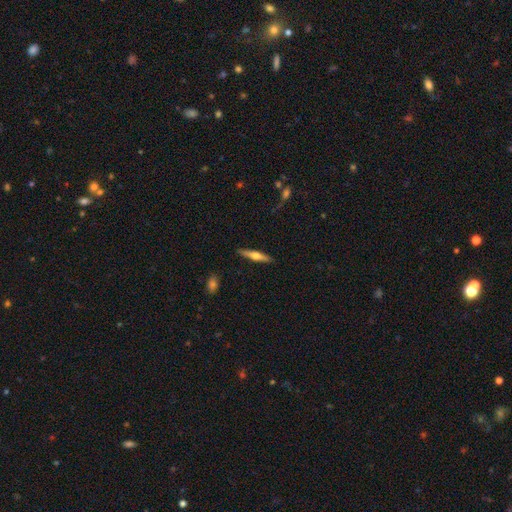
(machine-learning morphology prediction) type=featured or disk (58%); edge-on=yes (96%); edge-on bulge=rounded (90%); merging=none (89%).